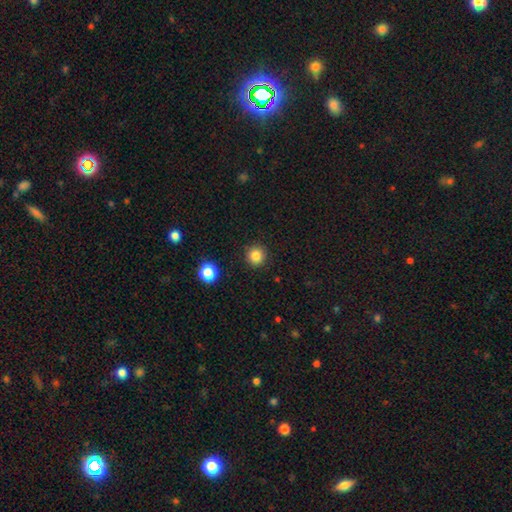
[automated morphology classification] Smooth or featured: smooth — 83% (star or artifact — 12%)
How rounded: round — 94% (in between — 5%)
Merging: none — 91% (minor disturbance — 6%)